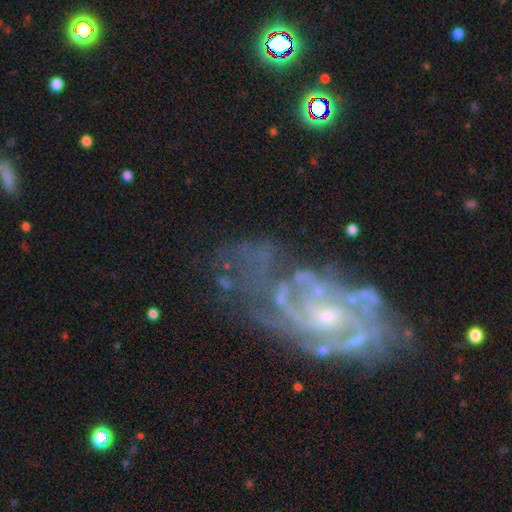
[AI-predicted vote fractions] This is clearly a featured or disk galaxy (80%). It is clearly not viewed edge-on (97%). Bar: likely no (67%). Spiral arm pattern: likely yes (79%). Spiral arm count: marginally can't tell (39%). Spiral winding: possibly tight (45%). Central bulge: possibly small (59%). Merging: marginally none (40%).